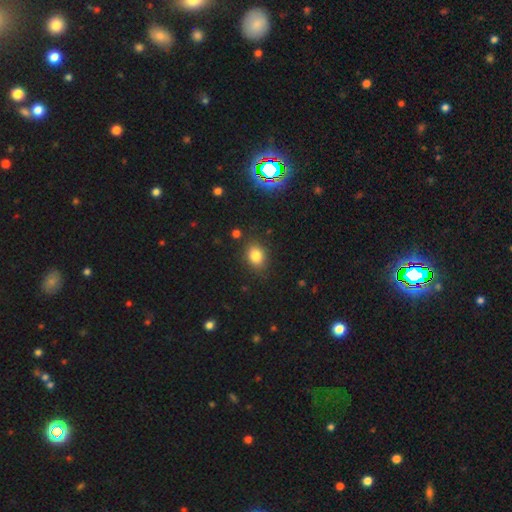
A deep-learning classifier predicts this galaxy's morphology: A smooth galaxy with no disk features (82%) that is in between round and cigar-shaped (56%).

Vote fractions:
- Smooth or featured? smooth: 82% / star or artifact: 12% / featured or disk: 6%
- How rounded? in between: 56% / round: 43% / cigar-shaped: 1%
- Merging? none: 83% / minor disturbance: 12% / major disturbance: 3% / merger: 2%